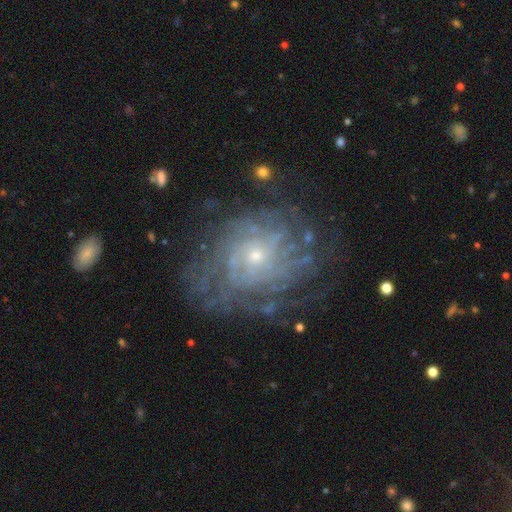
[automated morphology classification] type=featured or disk (83%); edge-on=no (97%); bar=no (78%); spiral arms=yes (91%); winding=tight (71%); arm count=can't tell (45%); bulge=small (73%); merging=none (73%).